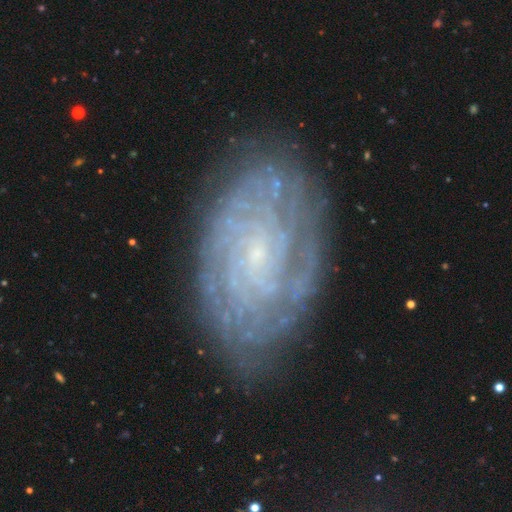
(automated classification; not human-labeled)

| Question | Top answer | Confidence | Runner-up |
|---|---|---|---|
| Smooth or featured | featured or disk | 83% | smooth (9%) |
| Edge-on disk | no | 96% | yes (4%) |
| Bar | no | 68% | weak (25%) |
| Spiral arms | yes | 95% | no (5%) |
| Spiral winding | tight | 79% | medium (17%) |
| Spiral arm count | can't tell | 38% | more than 4 (15%) |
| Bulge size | small | 85% | moderate (7%) |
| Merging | none | 79% | minor disturbance (15%) |